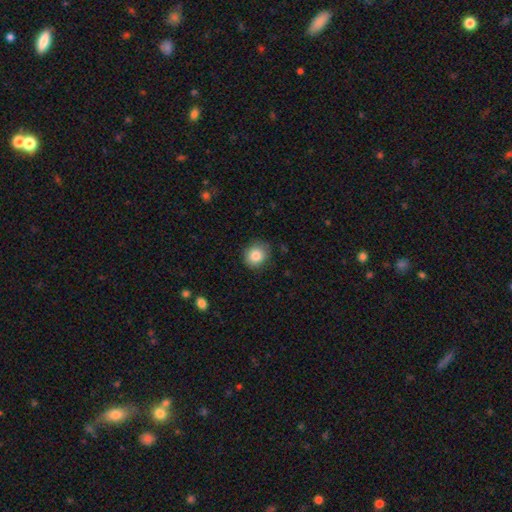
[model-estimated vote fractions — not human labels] smooth-or-featured: smooth: 85% | star or artifact: 9% | featured or disk: 6%
  how-rounded: round: 81% | in between: 18% | cigar-shaped: 1%
  merging: none: 84% | minor disturbance: 13% | major disturbance: 3% | merger: 1%